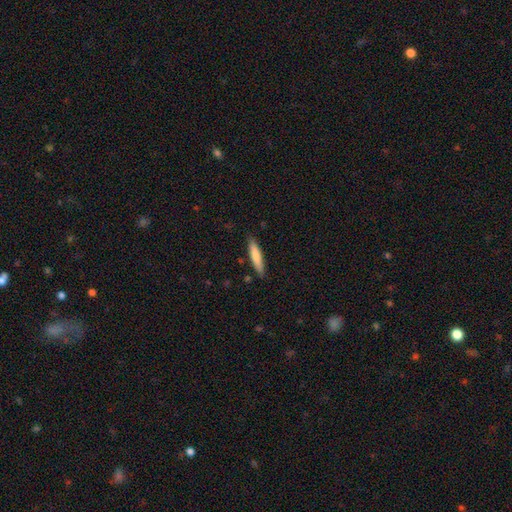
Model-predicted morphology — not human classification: type=smooth (76%); roundness=cigar-shaped (84%); merging=none (87%).